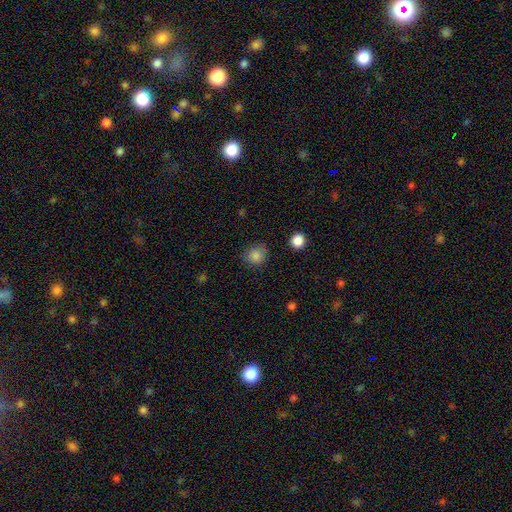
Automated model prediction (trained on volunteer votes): Smooth or featured? smooth (85%)
How rounded? round (84%)
Merging? none (82%)